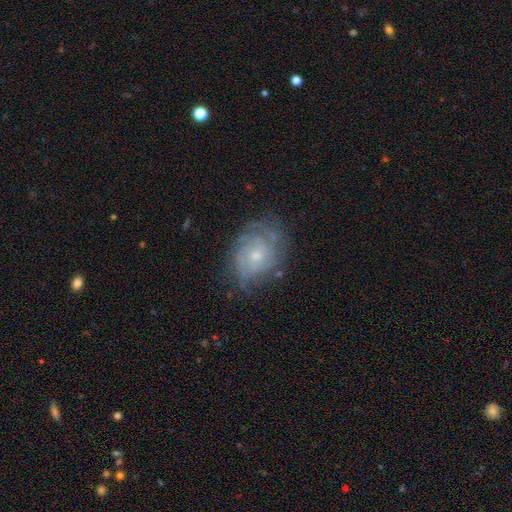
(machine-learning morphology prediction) A featured or disk galaxy (75%) with no bar (75%), tight (64%) spiral arms (90%) and a small central bulge (61%).

Vote fractions:
- Smooth or featured? featured or disk: 75% / smooth: 16% / star or artifact: 8%
- Edge-on disk? no: 97% / yes: 3%
- Bar? no: 75% / weak: 22% / strong: 3%
- Spiral arms? yes: 90% / no: 10%
- Spiral winding? tight: 64% / medium: 28% / loose: 8%
- Spiral arm count? can't tell: 46% / 2: 21% / 3: 15% / 4: 8% / more than 4: 5% / 1: 5%
- Bulge size? small: 61% / moderate: 34% / none: 2% / large: 2% / dominant: 1%
- Merging? none: 68% / minor disturbance: 21% / major disturbance: 9% / merger: 1%